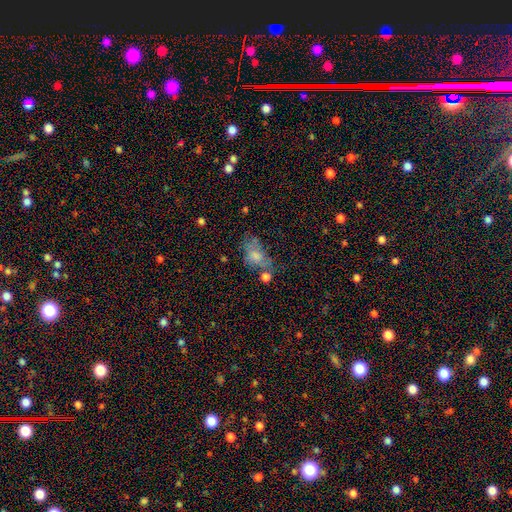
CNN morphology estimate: smooth-or-featured: smooth: 61% | featured or disk: 26% | star or artifact: 13%
  how-rounded: in between: 87% | round: 10% | cigar-shaped: 3%
  merging: none: 37% | minor disturbance: 24% | major disturbance: 20% | merger: 18%